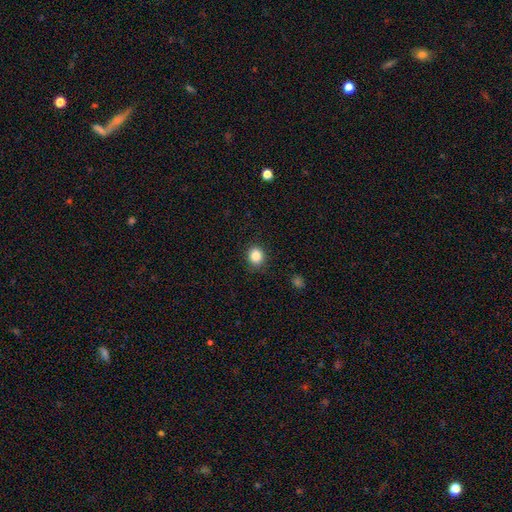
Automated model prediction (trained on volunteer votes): smooth 85%, star or artifact 10%, featured or disk 4%. Down the decision tree: how rounded — round (77%); merging — none (88%).